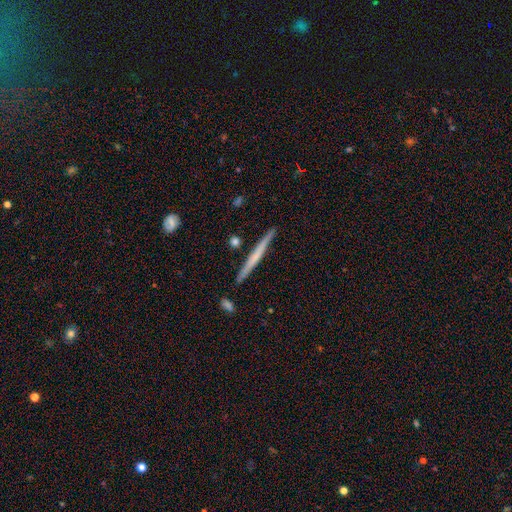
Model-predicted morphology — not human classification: smooth-or-featured: featured or disk: 51% | smooth: 43% | star or artifact: 5%
  disk-edge-on: yes: 97% | no: 3%
  merging: none: 89% | minor disturbance: 7% | merger: 2% | major disturbance: 1%